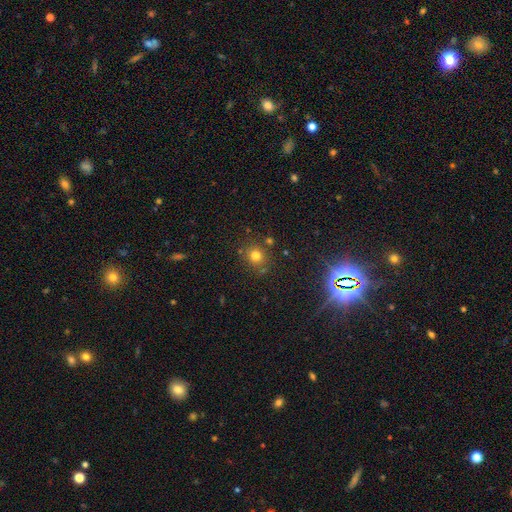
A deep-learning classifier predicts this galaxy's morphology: smooth-or-featured: smooth: 74% | star or artifact: 18% | featured or disk: 8%
  how-rounded: round: 85% | in between: 14% | cigar-shaped: 1%
  merging: none: 80% | minor disturbance: 10% | merger: 7% | major disturbance: 3%